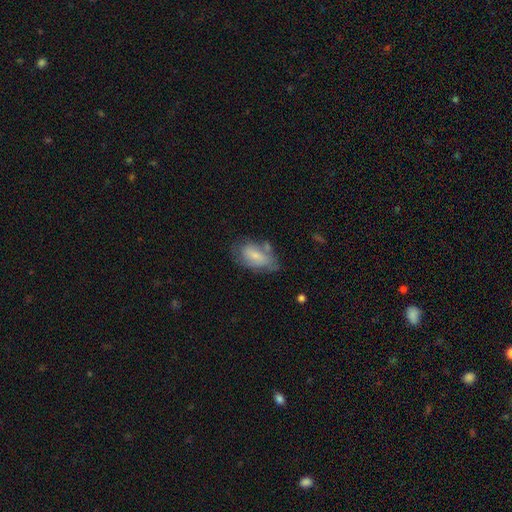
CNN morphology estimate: This appears to be a smooth galaxy with no disk features (64%) that is in between round and cigar-shaped (90%). Merging: none (50%).